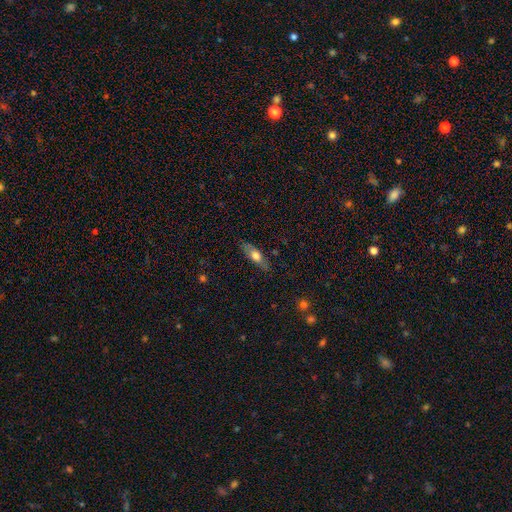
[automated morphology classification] Overall: smooth (57%; featured or disk 36%). How rounded: in between (51%; cigar-shaped 45%). Merging: none (82%).